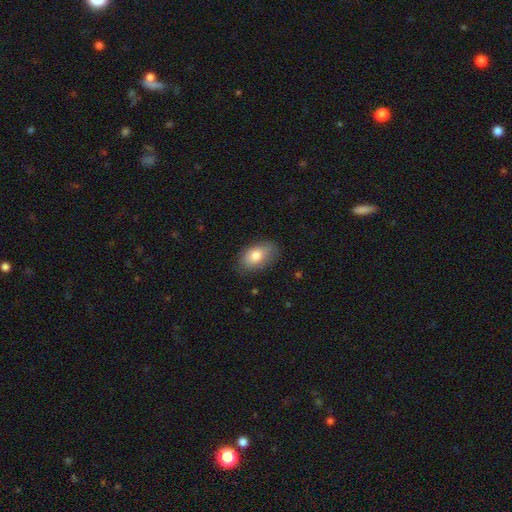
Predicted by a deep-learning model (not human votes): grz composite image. It shows a smooth galaxy with no disk features (79%) that is in between round and cigar-shaped (90%). Merging: none (79%).